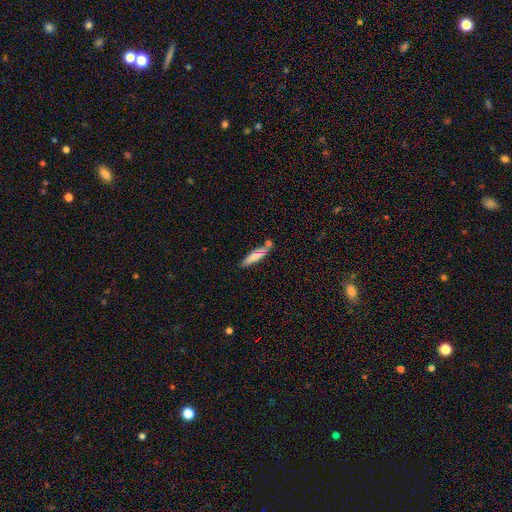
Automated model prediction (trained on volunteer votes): This appears to be a smooth galaxy with no disk features (69%) that is cigar-shaped (80%). Merging: none (63%).